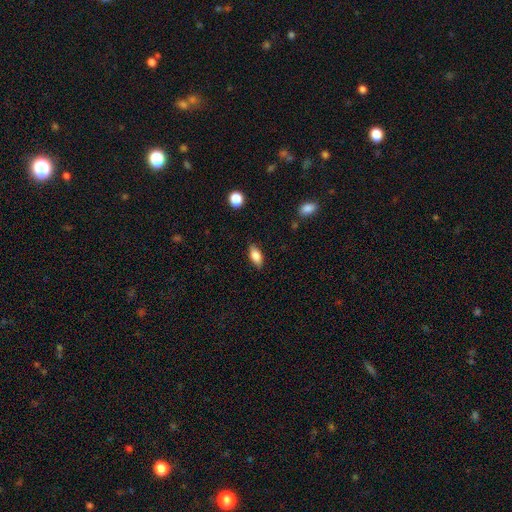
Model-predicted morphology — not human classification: Smooth or featured?
  - smooth: 81% *
  - featured or disk: 11%
  - star or artifact: 7%
How rounded?
  - in between: 86% *
  - cigar-shaped: 11%
  - round: 4%
Merging?
  - none: 84% *
  - minor disturbance: 12%
  - major disturbance: 3%
  - merger: 1%